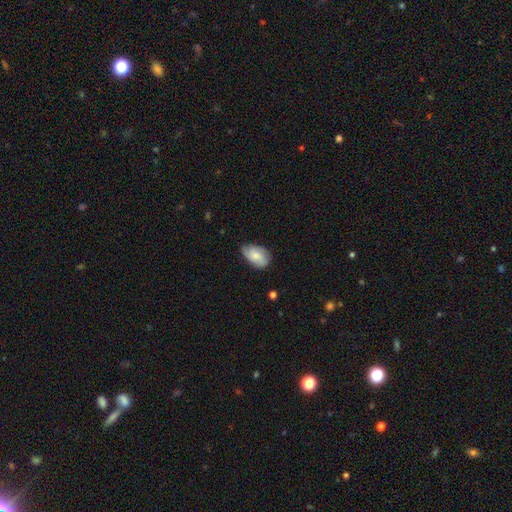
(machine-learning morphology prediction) Overall: smooth (71%). How rounded: in between (91%). Merging: none (62%; minor disturbance 32%).